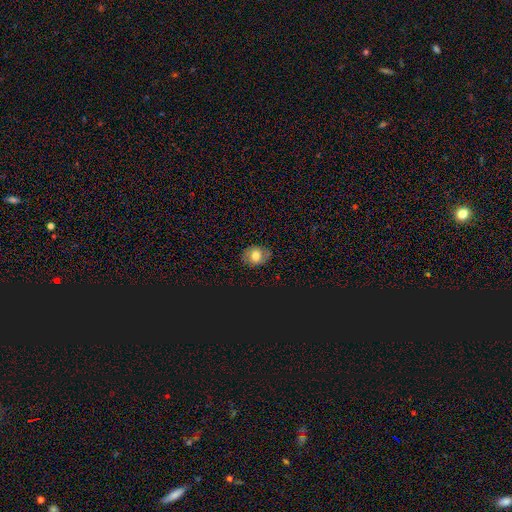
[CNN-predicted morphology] This is likely a smooth galaxy (61%). How rounded: possibly in between (51%). Merging: clearly none (81%).